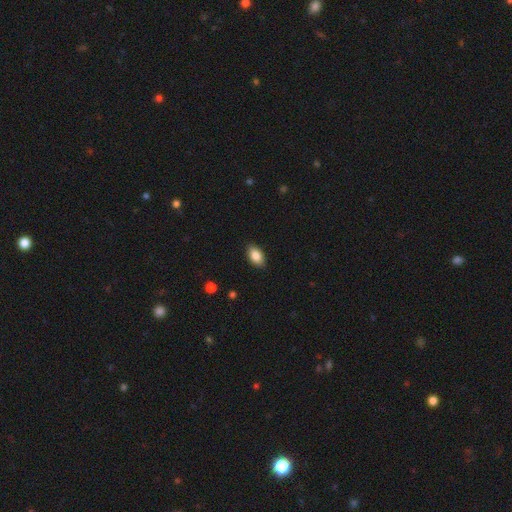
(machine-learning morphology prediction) smooth-or-featured: smooth: 86% | star or artifact: 7% | featured or disk: 6%
  how-rounded: in between: 92% | round: 6% | cigar-shaped: 2%
  merging: none: 88% | minor disturbance: 9% | major disturbance: 2% | merger: 1%